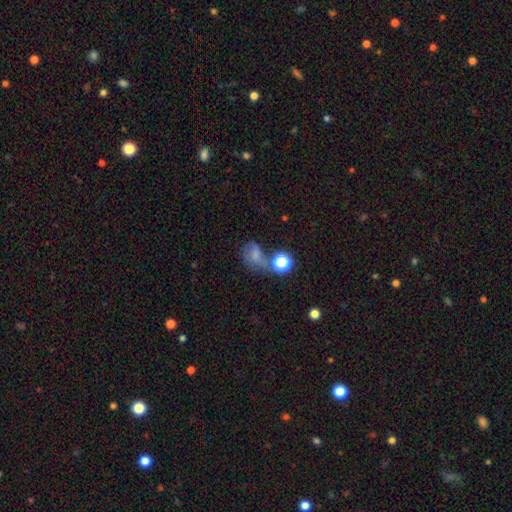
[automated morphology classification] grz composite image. It shows a smooth galaxy with no disk features (55%) that is in between round and cigar-shaped (57%). Merging: major disturbance (30%).